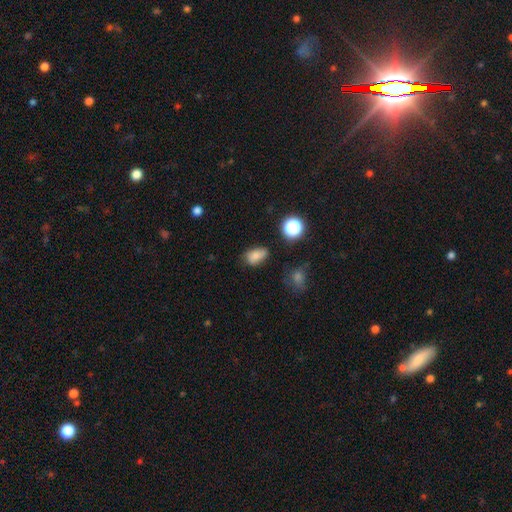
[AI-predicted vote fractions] This is likely a smooth galaxy (78%). How rounded: clearly in between (83%). Merging: likely none (67%).